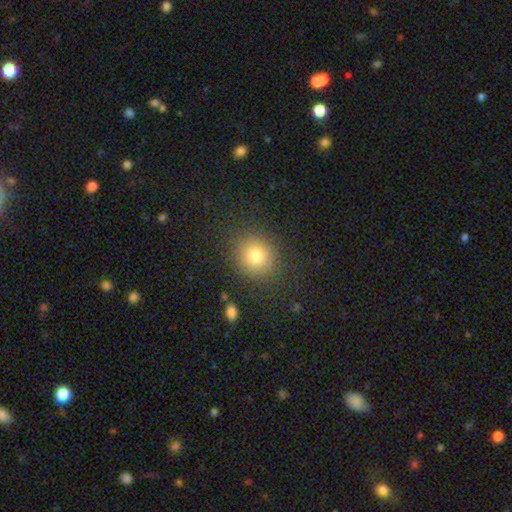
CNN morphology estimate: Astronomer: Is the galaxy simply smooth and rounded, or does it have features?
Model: smooth — 79%.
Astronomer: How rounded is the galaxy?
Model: round — 80%.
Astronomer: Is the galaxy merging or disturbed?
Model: none — 86%.